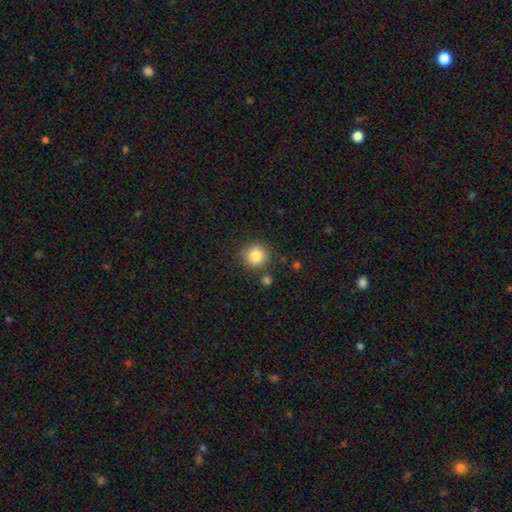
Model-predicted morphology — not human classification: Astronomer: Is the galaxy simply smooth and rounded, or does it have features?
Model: smooth — 84%.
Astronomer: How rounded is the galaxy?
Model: round — 91%.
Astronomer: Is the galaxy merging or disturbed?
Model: none — 80%.